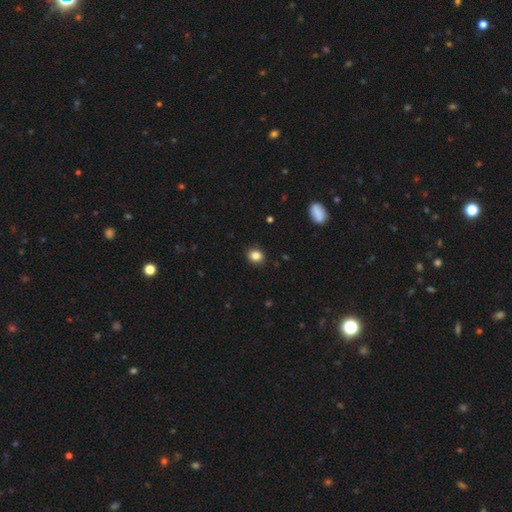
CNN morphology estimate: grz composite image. It shows a smooth galaxy with no disk features (84%) that is round (68%). Merging: none (90%).